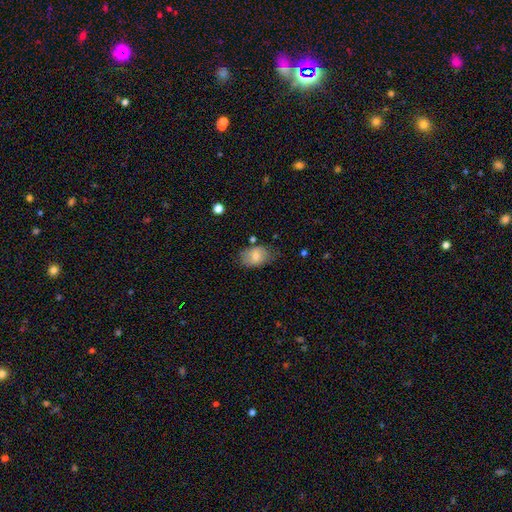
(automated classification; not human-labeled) A smooth galaxy with no disk features (70%) that is in between round and cigar-shaped (83%). Merging: none (72%).